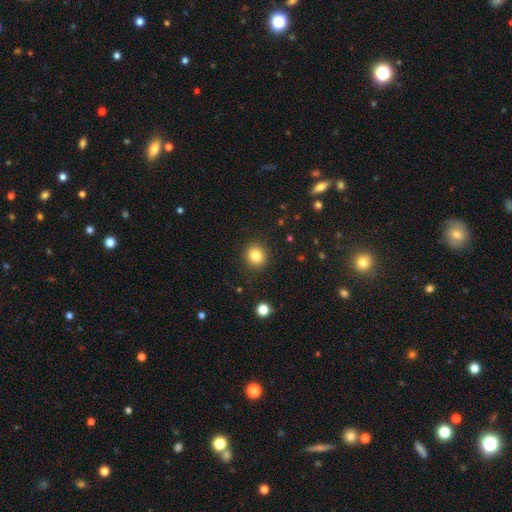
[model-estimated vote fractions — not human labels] A smooth galaxy with no disk features (83%) that is round (88%).

Vote fractions:
- Smooth or featured? smooth: 83% / star or artifact: 11% / featured or disk: 6%
- How rounded? round: 88% / in between: 11% / cigar-shaped: 1%
- Merging? none: 90% / minor disturbance: 6% / major disturbance: 2% / merger: 1%